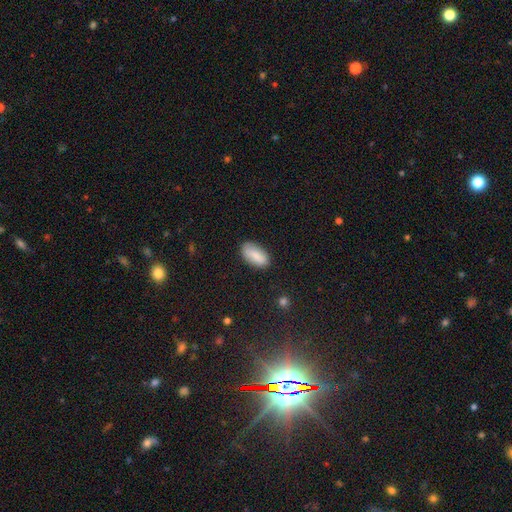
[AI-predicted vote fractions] smooth_or_featured: smooth (p=0.85) [alt: featured or disk p=0.08]
how_rounded: in between (p=0.90) [alt: cigar-shaped p=0.08]
merging: none (p=0.83) [alt: minor disturbance p=0.13]